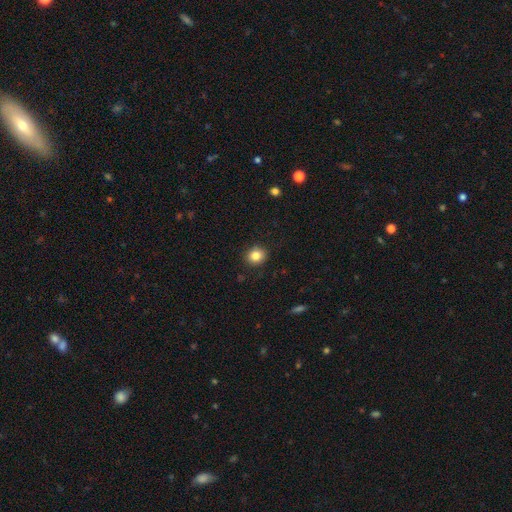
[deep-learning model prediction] Q: Smooth or featured?
A: smooth (83%); runner-up: star or artifact (10%)
Q: How rounded?
A: round (83%); runner-up: in between (16%)
Q: Merging?
A: none (91%); runner-up: minor disturbance (6%)